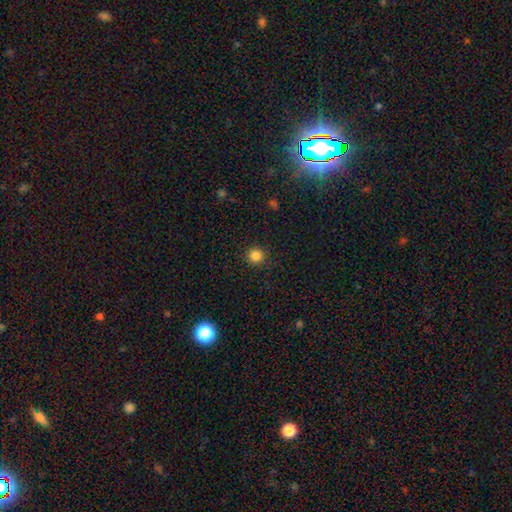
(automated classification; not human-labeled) Q: Smooth or featured?
A: smooth (84%); runner-up: star or artifact (12%)
Q: How rounded?
A: round (94%); runner-up: in between (5%)
Q: Merging?
A: none (92%); runner-up: minor disturbance (5%)